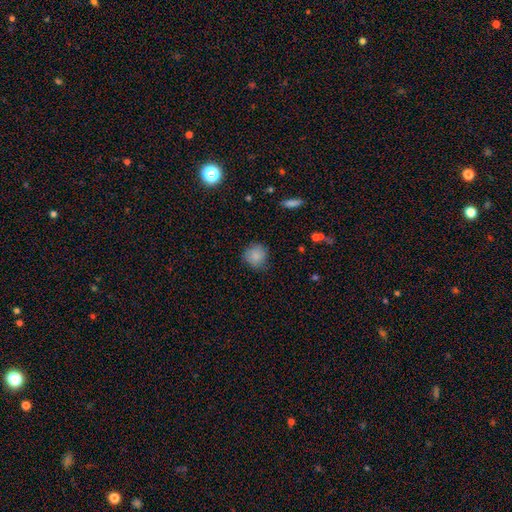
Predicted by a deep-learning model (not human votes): Smooth or featured? smooth (85%)
How rounded? round (89%)
Merging? none (79%)